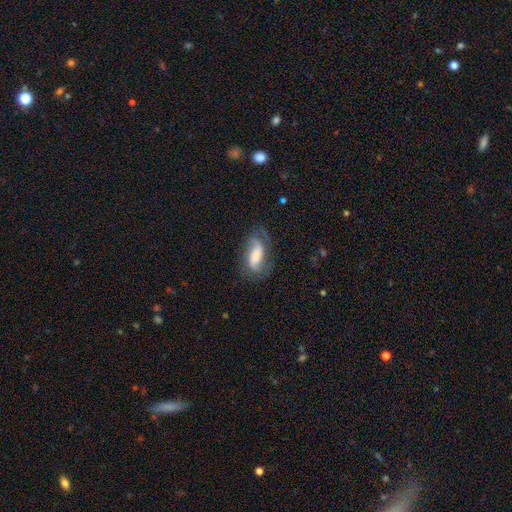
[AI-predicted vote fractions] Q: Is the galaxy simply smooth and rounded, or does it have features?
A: featured or disk — 57%.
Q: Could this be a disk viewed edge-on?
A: no — 92%.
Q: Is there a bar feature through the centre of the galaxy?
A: no — 42%.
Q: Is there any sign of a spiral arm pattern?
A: yes — 89%.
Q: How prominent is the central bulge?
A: large — 33%.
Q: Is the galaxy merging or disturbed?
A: none — 57%.